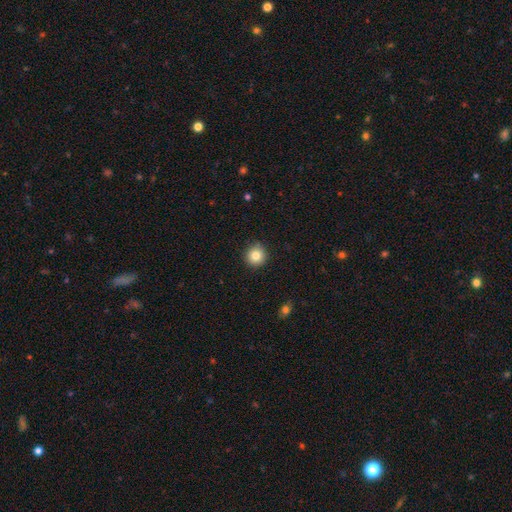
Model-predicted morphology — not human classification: Smooth or featured?
  - smooth: 83% *
  - star or artifact: 10%
  - featured or disk: 7%
How rounded?
  - round: 94% *
  - in between: 5%
  - cigar-shaped: 1%
Merging?
  - none: 90% *
  - minor disturbance: 7%
  - major disturbance: 2%
  - merger: 1%